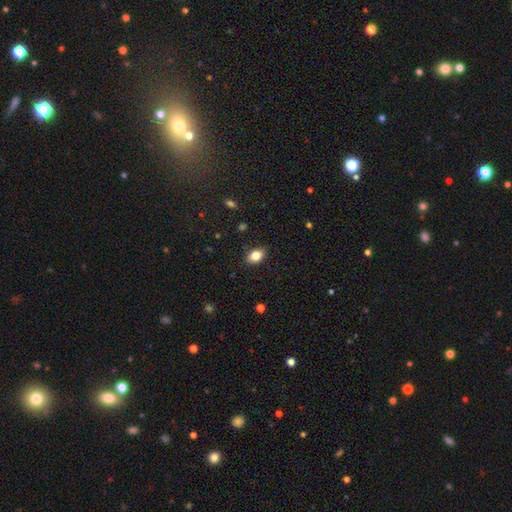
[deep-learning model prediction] Smooth or featured? Predicted: smooth (p=0.84). How rounded? Predicted: in between (p=0.83). Merging? Predicted: none (p=0.87).